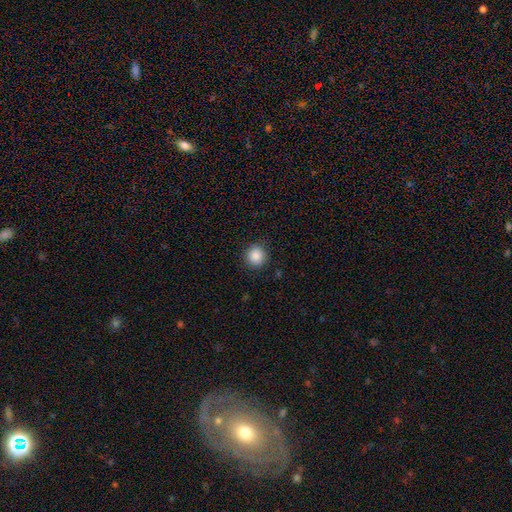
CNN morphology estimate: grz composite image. It shows a smooth galaxy with no disk features (88%) that is round (92%). Merging: none (88%).